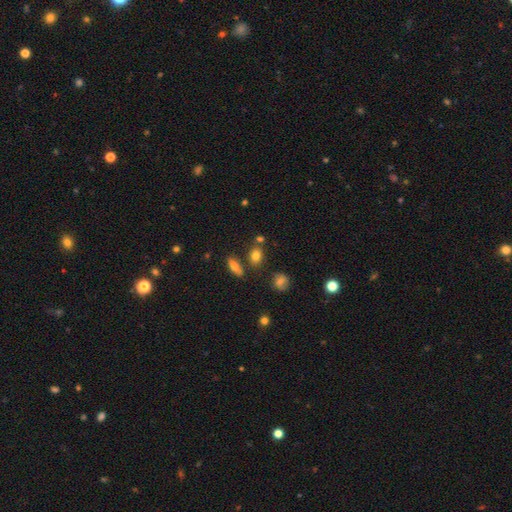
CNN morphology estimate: Q: Smooth or featured?
A: smooth (78%); runner-up: star or artifact (11%)
Q: How rounded?
A: in between (65%); runner-up: round (30%)
Q: Merging?
A: none (72%); runner-up: merger (12%)